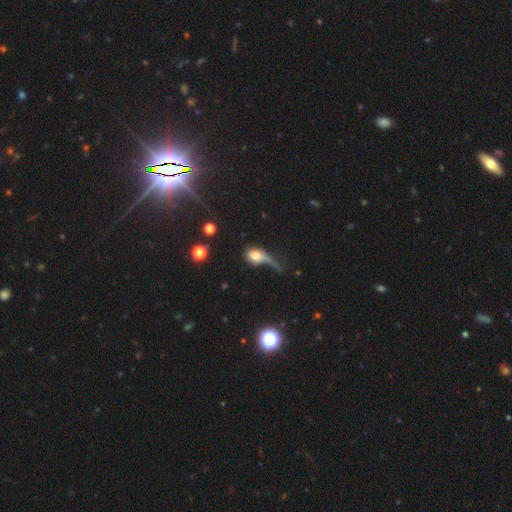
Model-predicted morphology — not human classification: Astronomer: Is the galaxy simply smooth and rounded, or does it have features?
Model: smooth — 64%.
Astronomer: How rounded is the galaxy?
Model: in between — 50% (runner-up: round, 44%).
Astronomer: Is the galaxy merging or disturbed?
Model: major disturbance — 49%.